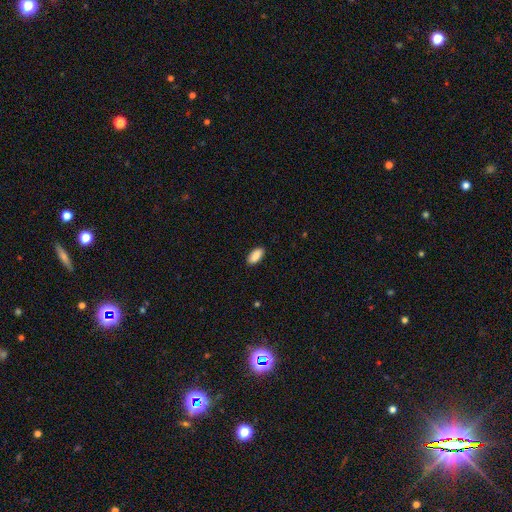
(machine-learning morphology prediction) Smooth or featured? smooth (89%)
How rounded? in between (88%)
Merging? none (89%)